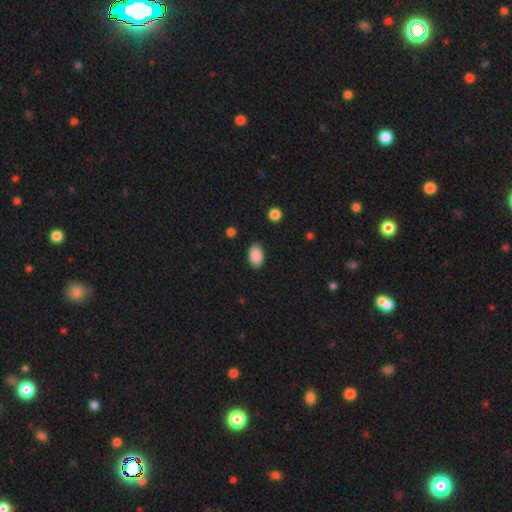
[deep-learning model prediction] Overall: smooth (90%). How rounded: in between (90%). Merging: none (87%).